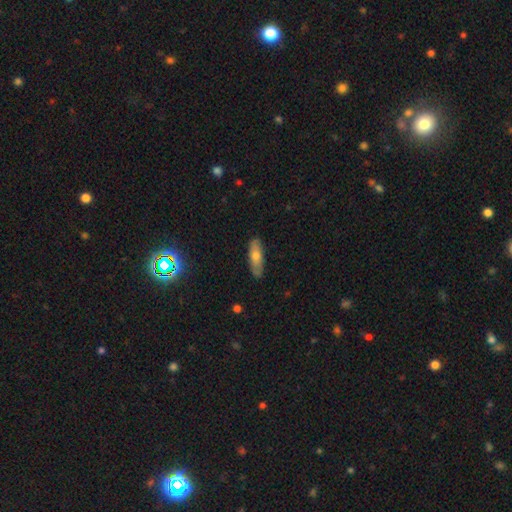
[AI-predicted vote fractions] smooth-or-featured: smooth: 67% | featured or disk: 27% | star or artifact: 6%
  how-rounded: in between: 55% | cigar-shaped: 42% | round: 3%
  merging: none: 83% | minor disturbance: 13% | major disturbance: 2% | merger: 1%